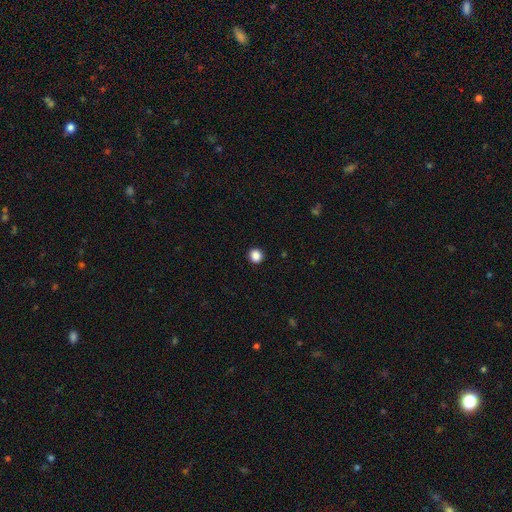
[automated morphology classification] smooth 88%, star or artifact 10%, featured or disk 2%. Down the decision tree: how rounded — round (91%); merging — none (93%).